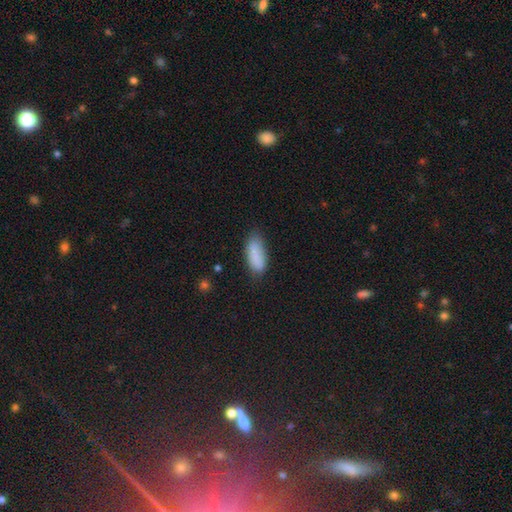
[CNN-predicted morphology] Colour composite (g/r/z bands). It shows a smooth galaxy with no disk features (86%) that is in between round and cigar-shaped (79%). Merging: none (68%).